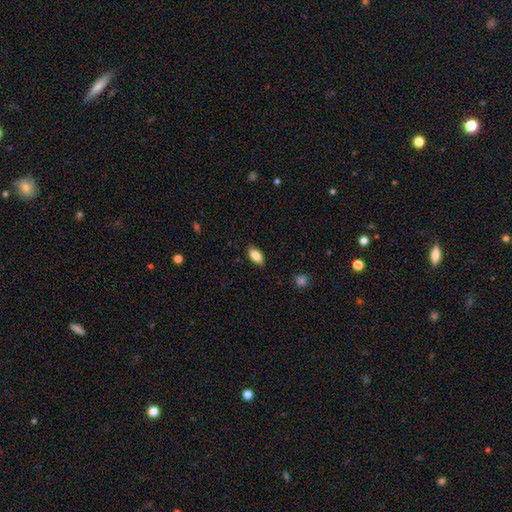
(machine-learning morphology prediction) A smooth galaxy with no disk features (82%) that is in between round and cigar-shaped (91%).

Vote fractions:
- Smooth or featured? smooth: 82% / featured or disk: 11% / star or artifact: 7%
- How rounded? in between: 91% / cigar-shaped: 6% / round: 3%
- Merging? none: 88% / minor disturbance: 9% / major disturbance: 2% / merger: 1%